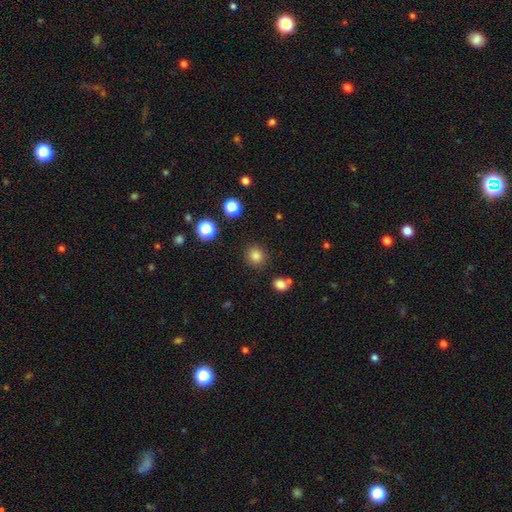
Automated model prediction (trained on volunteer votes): Smooth or featured?
  - smooth: 82% *
  - star or artifact: 14%
  - featured or disk: 4%
How rounded?
  - round: 88% *
  - in between: 11%
  - cigar-shaped: 1%
Merging?
  - none: 86% *
  - minor disturbance: 8%
  - merger: 3%
  - major disturbance: 3%